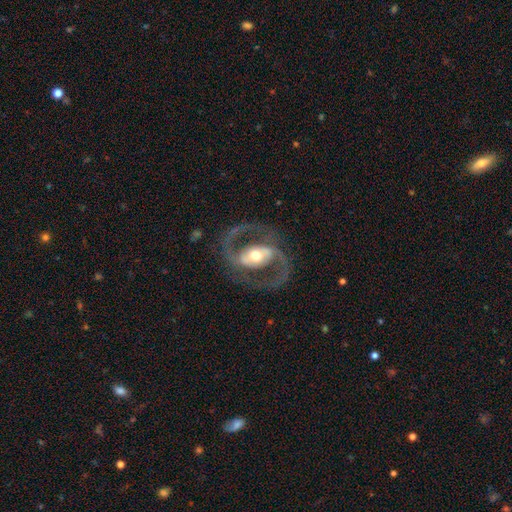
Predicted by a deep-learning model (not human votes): Smooth or featured? Predicted: featured or disk (p=0.89). Edge-on disk? Predicted: no (p=0.97). Bar? Predicted: strong (p=0.40). Spiral arms? Predicted: yes (p=0.91). Spiral winding? Predicted: medium (p=0.61). Spiral arm count? Predicted: 2 (p=0.93). Bulge size? Predicted: moderate (p=0.69). Merging? Predicted: none (p=0.80).